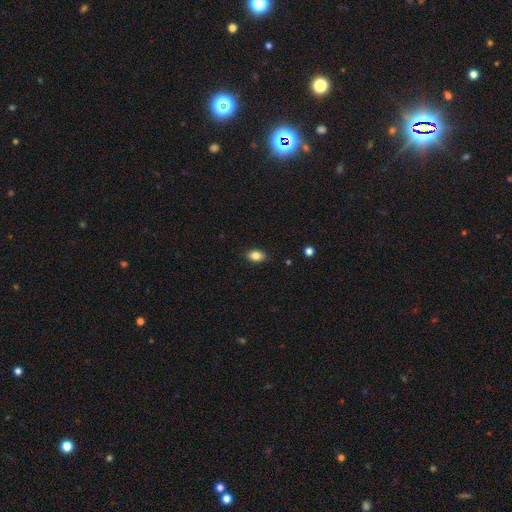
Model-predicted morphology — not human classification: A smooth galaxy with no disk features (84%) that is in between round and cigar-shaped (82%). Merging: none (88%).